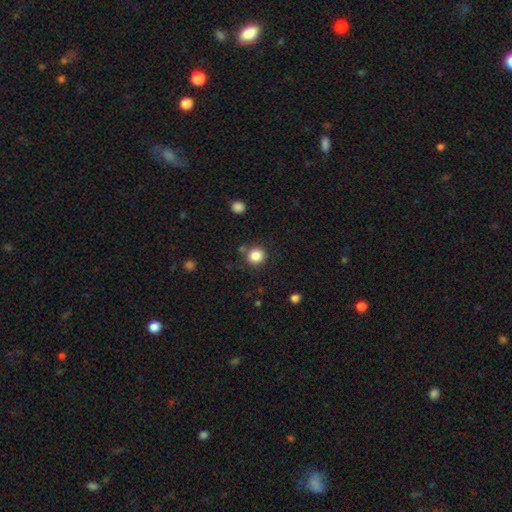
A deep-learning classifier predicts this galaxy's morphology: Smooth or featured? Predicted: smooth (p=0.85). How rounded? Predicted: round (p=0.92). Merging? Predicted: none (p=0.82).